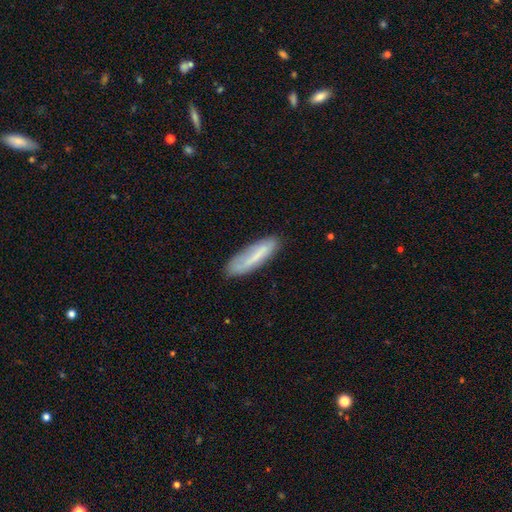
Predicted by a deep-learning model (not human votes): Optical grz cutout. It shows a smooth galaxy with no disk features (64%) that is cigar-shaped (66%). Merging: none (75%).